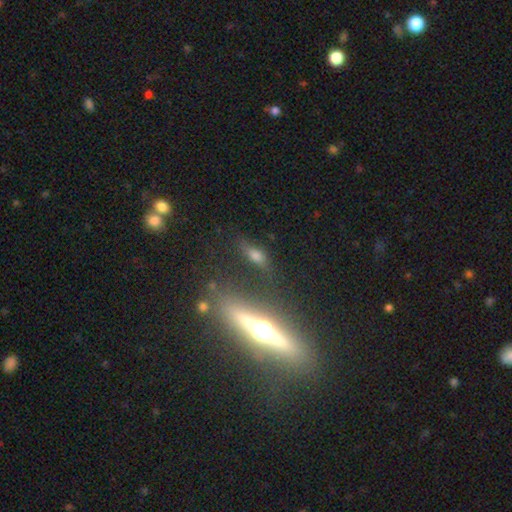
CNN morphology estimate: featured or disk 49%, smooth 36%, star or artifact 15%. Down the decision tree: merging — none (73%).